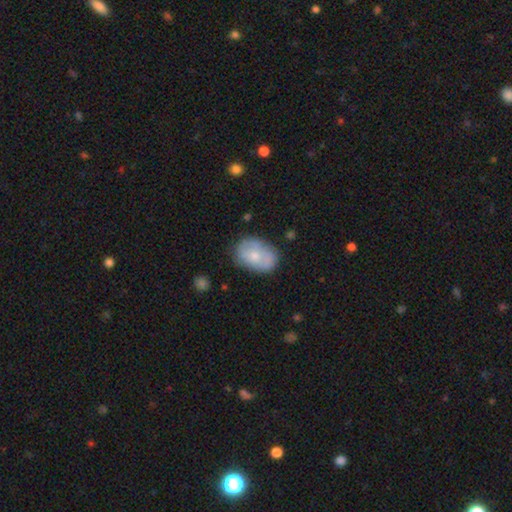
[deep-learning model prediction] Smooth or featured?
  - smooth: 63% *
  - featured or disk: 30%
  - star or artifact: 7%
How rounded?
  - in between: 76% *
  - round: 23%
  - cigar-shaped: 1%
Merging?
  - none: 65% *
  - minor disturbance: 25%
  - major disturbance: 7%
  - merger: 3%